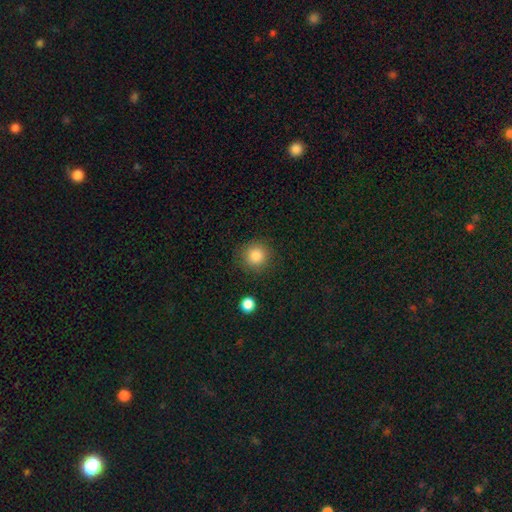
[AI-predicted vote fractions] Smooth or featured? Predicted: smooth (p=0.85). How rounded? Predicted: round (p=0.92). Merging? Predicted: none (p=0.86).